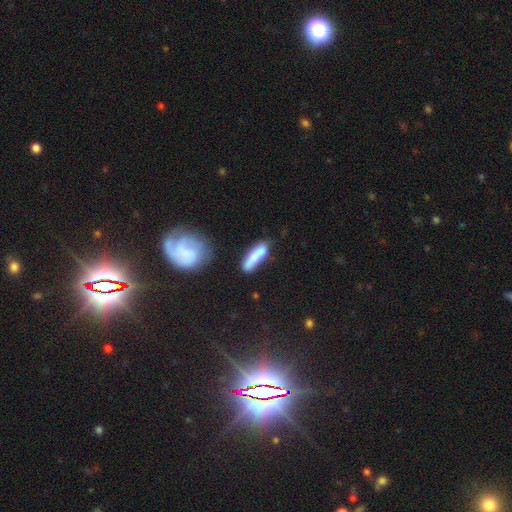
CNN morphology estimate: smooth-or-featured: smooth: 73% | featured or disk: 20% | star or artifact: 7%
  how-rounded: cigar-shaped: 70% | in between: 28% | round: 2%
  merging: none: 55% | minor disturbance: 24% | merger: 12% | major disturbance: 9%